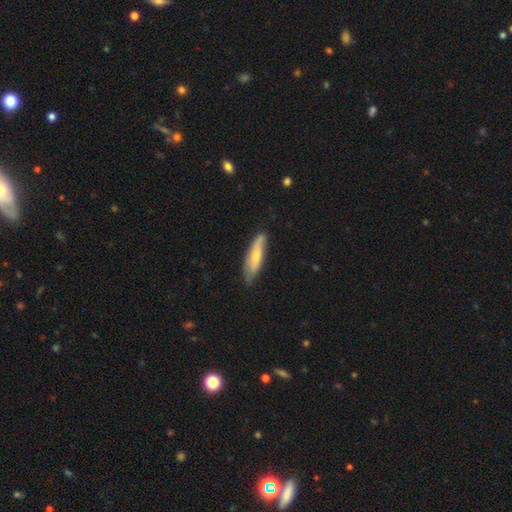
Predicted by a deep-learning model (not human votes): Morphology: type=smooth (56%); roundness=cigar-shaped (61%); merging=none (72%).